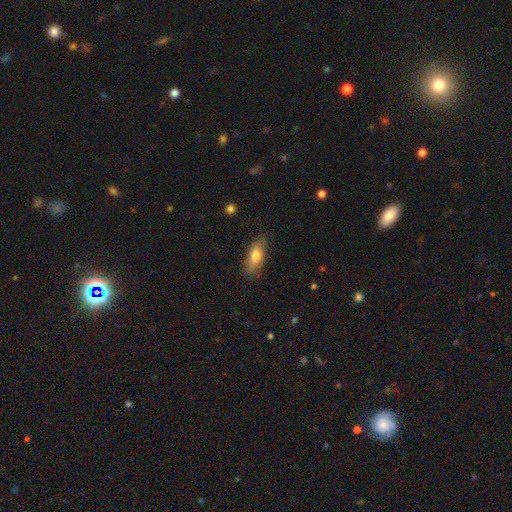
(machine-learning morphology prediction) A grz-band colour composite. It shows a smooth galaxy with no disk features (68%) that is in between round and cigar-shaped (66%). Merging: none (78%).